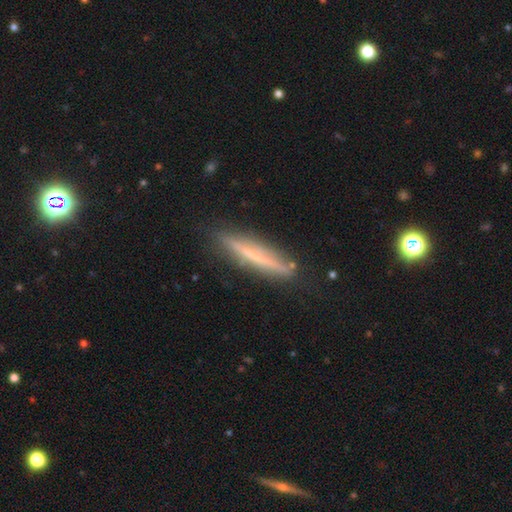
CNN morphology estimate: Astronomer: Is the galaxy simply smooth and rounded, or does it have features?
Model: featured or disk — 54% (runner-up: smooth, 38%).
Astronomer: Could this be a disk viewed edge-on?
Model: yes — 93%.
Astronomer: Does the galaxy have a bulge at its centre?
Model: none — 76%.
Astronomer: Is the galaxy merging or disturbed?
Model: none — 86%.